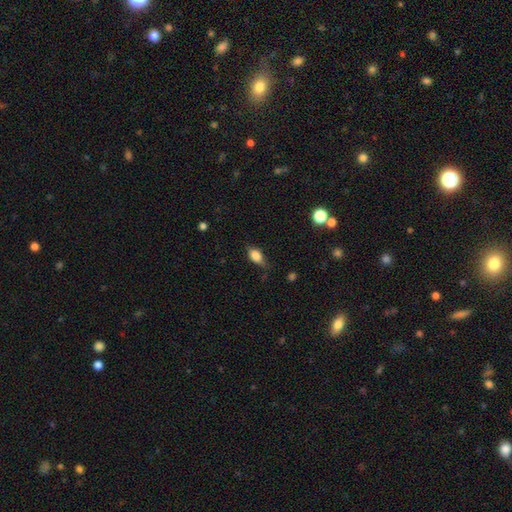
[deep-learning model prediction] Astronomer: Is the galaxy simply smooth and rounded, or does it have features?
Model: smooth — 80%.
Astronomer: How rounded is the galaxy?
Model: in between — 83%.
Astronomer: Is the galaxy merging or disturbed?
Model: none — 61%.